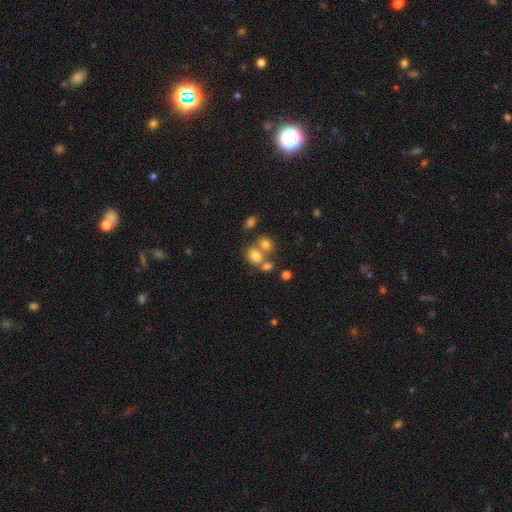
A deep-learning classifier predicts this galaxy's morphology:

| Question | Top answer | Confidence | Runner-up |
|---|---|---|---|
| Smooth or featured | smooth | 73% | star or artifact (14%) |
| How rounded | in between | 50% | round (49%) |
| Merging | none | 41% | tied: merger (41%) |